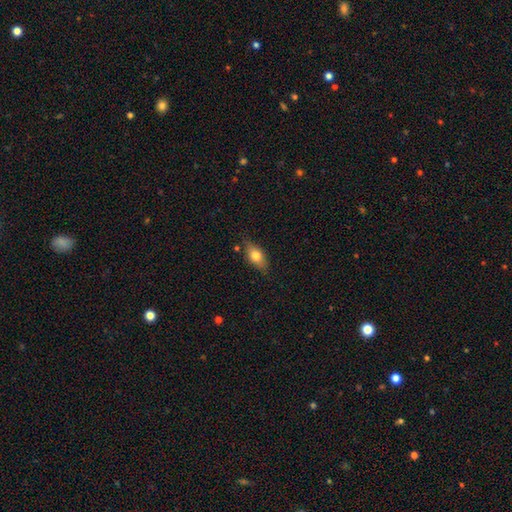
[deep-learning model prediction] A smooth galaxy with no disk features (71%) that is in between round and cigar-shaped (82%).

Vote fractions:
- Smooth or featured? smooth: 71% / featured or disk: 21% / star or artifact: 8%
- How rounded? in between: 82% / cigar-shaped: 10% / round: 7%
- Merging? none: 76% / minor disturbance: 18% / major disturbance: 4% / merger: 2%